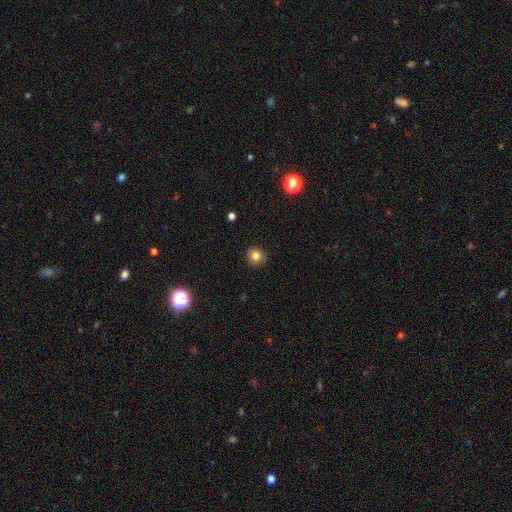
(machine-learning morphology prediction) Overall: smooth (81%). How rounded: round (91%). Merging: none (90%).